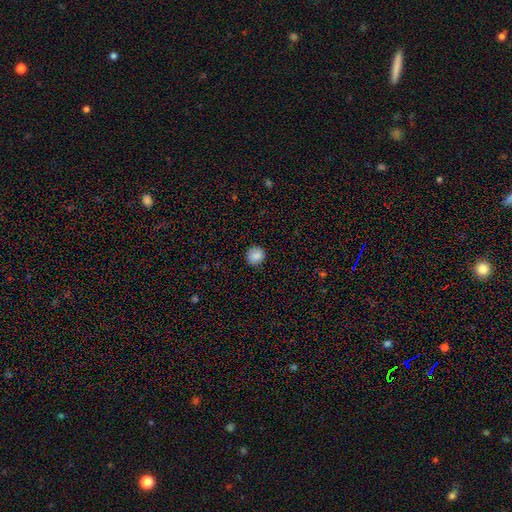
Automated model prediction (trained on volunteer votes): Overall: smooth (87%). How rounded: round (89%). Merging: none (89%).